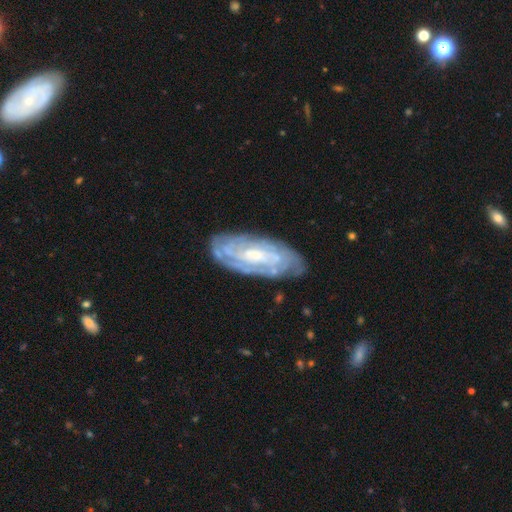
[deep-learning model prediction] Smooth or featured? featured or disk (78%)
Edge-on disk? no (90%)
Bar? no (48%)
Spiral arms? yes (89%)
Spiral winding? tight (72%)
Spiral arm count? can't tell (54%)
Bulge size? small (45%)
Merging? none (76%)